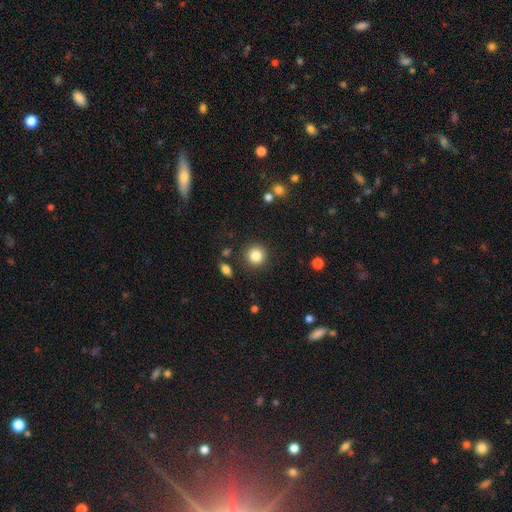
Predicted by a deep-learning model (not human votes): Smooth or featured? Predicted: smooth (p=0.84). How rounded? Predicted: round (p=0.92). Merging? Predicted: none (p=0.88).